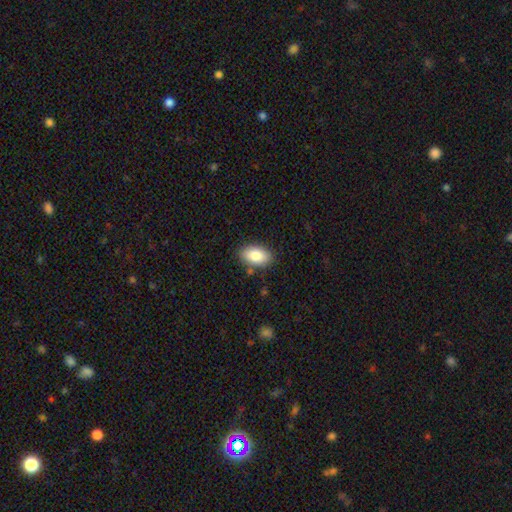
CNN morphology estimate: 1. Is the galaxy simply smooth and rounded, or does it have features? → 84% smooth, 8% featured or disk, 7% star or artifact.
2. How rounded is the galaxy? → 92% in between, 6% round, 2% cigar-shaped.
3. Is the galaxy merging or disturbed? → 84% none, 12% minor disturbance, 3% major disturbance, 2% merger.